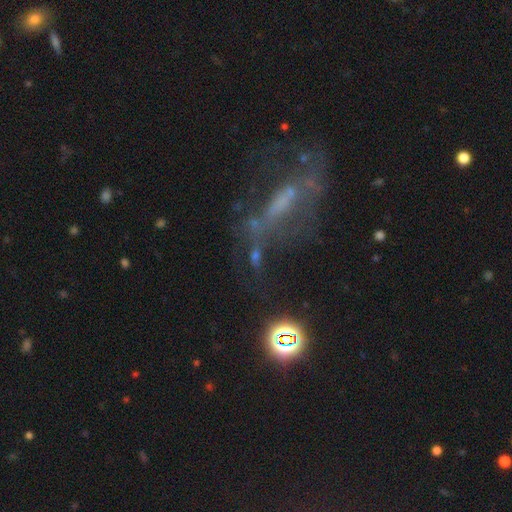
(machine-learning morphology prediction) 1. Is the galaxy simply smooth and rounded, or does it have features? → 40% star or artifact, 35% smooth, 25% featured or disk.